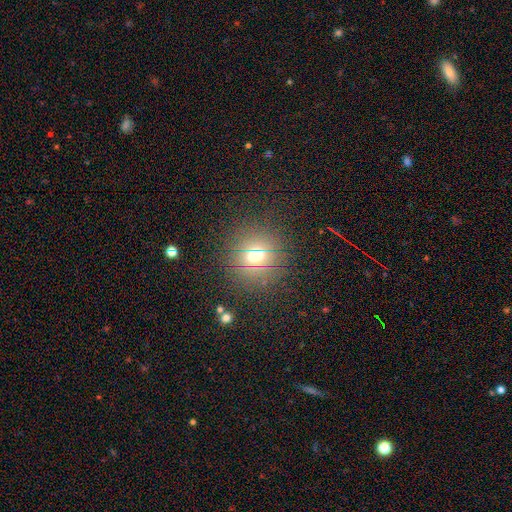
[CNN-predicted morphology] smooth-or-featured: smooth: 61% | star or artifact: 25% | featured or disk: 14%
  how-rounded: round: 86% | in between: 12% | cigar-shaped: 2%
  merging: none: 86% | minor disturbance: 8% | major disturbance: 4% | merger: 2%